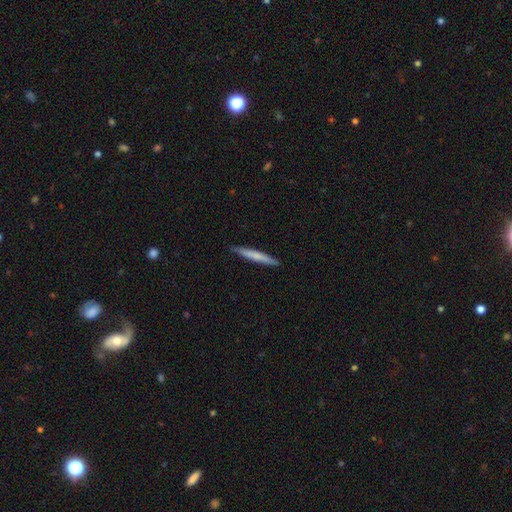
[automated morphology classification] A smooth galaxy with no disk features (63%) that is cigar-shaped (96%). Merging: none (90%).